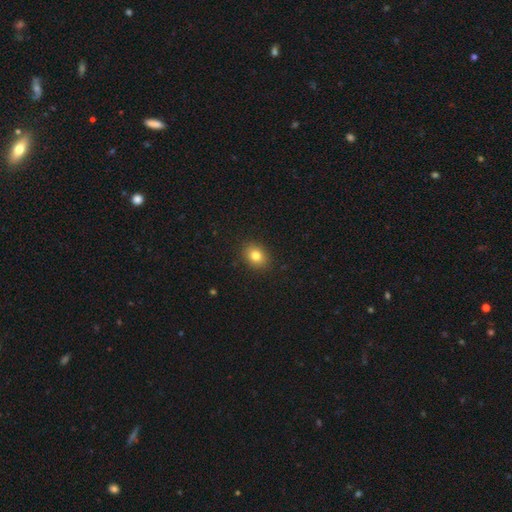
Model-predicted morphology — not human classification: Smooth or featured? Predicted: smooth (p=0.80). How rounded? Predicted: round (p=0.52). Merging? Predicted: none (p=0.90).